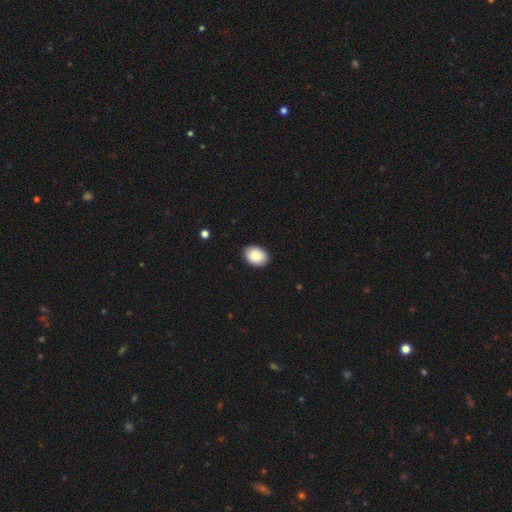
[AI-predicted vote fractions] Q: Smooth or featured?
A: smooth (83%); runner-up: featured or disk (10%)
Q: How rounded?
A: in between (72%); runner-up: round (27%)
Q: Merging?
A: none (91%); runner-up: minor disturbance (7%)